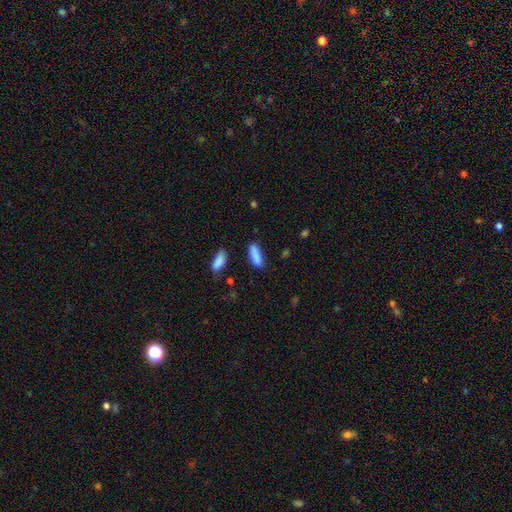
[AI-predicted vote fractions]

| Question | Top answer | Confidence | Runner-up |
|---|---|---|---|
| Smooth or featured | smooth | 87% | star or artifact (7%) |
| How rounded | cigar-shaped | 50% | in between (48%) |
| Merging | none | 75% | minor disturbance (17%) |